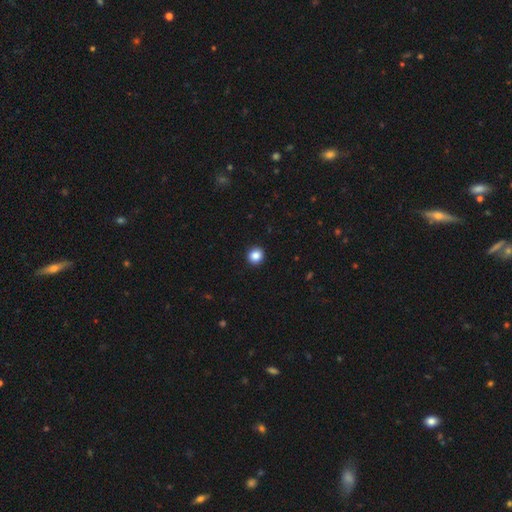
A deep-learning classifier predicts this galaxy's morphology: Q: Smooth or featured?
A: smooth (86%); runner-up: star or artifact (10%)
Q: How rounded?
A: round (91%); runner-up: in between (8%)
Q: Merging?
A: none (93%); runner-up: minor disturbance (4%)